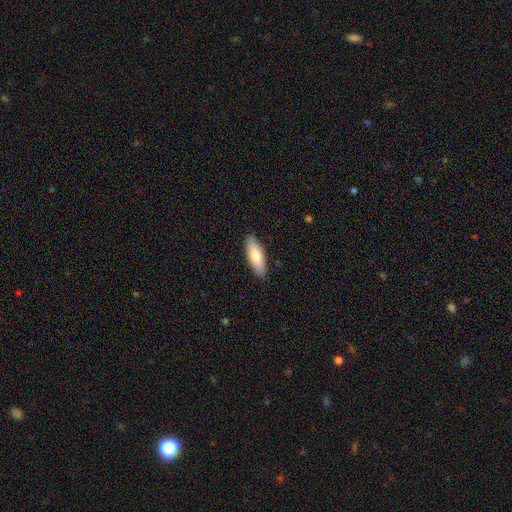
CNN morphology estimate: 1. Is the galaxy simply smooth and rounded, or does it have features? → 75% smooth, 20% featured or disk, 5% star or artifact.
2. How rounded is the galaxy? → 63% in between, 36% cigar-shaped, 2% round.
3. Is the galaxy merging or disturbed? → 88% none, 9% minor disturbance, 2% major disturbance, 1% merger.